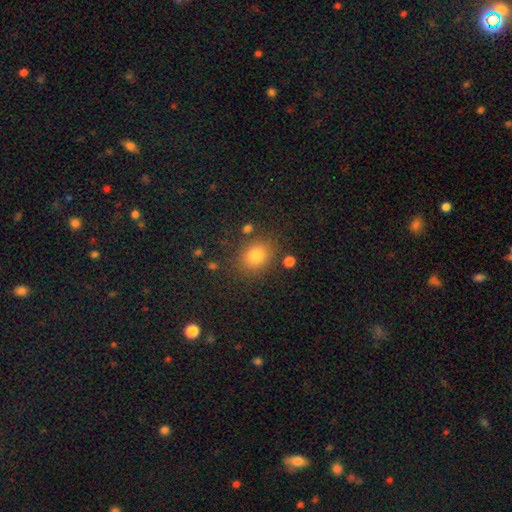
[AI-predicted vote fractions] A smooth galaxy with no disk features (80%) that is round (60%).

Vote fractions:
- Smooth or featured? smooth: 80% / star or artifact: 12% / featured or disk: 7%
- How rounded? round: 60% / in between: 39% / cigar-shaped: 1%
- Merging? none: 82% / minor disturbance: 10% / merger: 4% / major disturbance: 4%